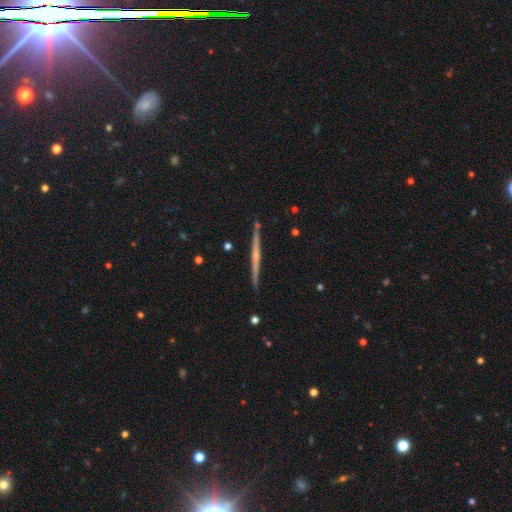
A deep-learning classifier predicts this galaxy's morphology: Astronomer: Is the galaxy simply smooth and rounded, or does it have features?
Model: featured or disk — 66%.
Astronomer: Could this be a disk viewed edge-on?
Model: yes — 98%.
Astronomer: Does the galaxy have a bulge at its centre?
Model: none — 70%.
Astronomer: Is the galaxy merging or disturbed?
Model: none — 91%.